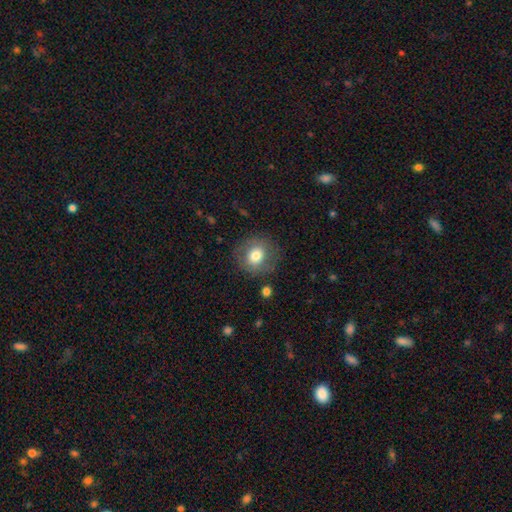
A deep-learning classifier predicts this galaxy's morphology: This is likely a smooth galaxy (71%). How rounded: clearly round (82%). Merging: clearly none (81%).